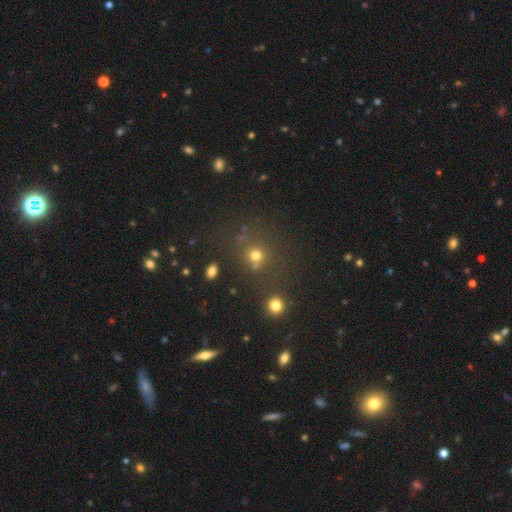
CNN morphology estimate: A smooth galaxy with no disk features (70%) that is round (84%).

Vote fractions:
- Smooth or featured? smooth: 70% / star or artifact: 21% / featured or disk: 9%
- How rounded? round: 84% / in between: 15% / cigar-shaped: 1%
- Merging? none: 69% / merger: 15% / minor disturbance: 10% / major disturbance: 6%